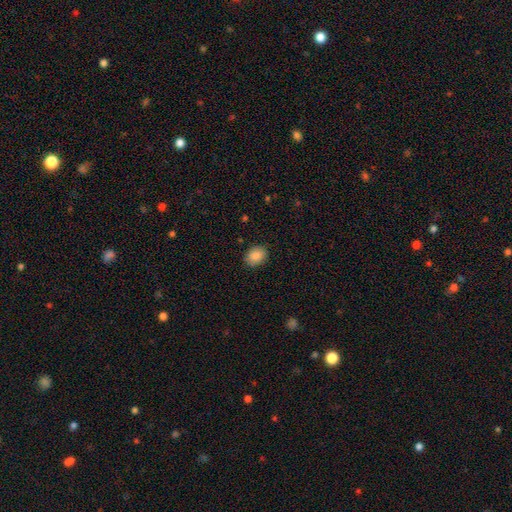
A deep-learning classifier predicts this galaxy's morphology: The model was most divided on "how rounded": in between: 66%, round: 33%, cigar-shaped: 1%. More confident: merging — none (88%); smooth or featured — smooth (87%).